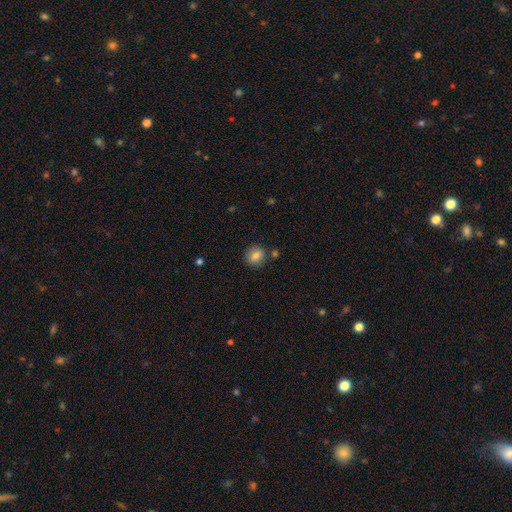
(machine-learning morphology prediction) Smooth or featured? smooth (82%)
How rounded? round (82%)
Merging? none (82%)